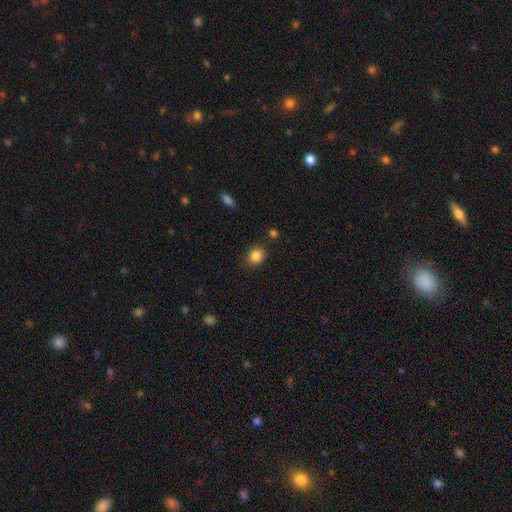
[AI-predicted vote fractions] This appears to be a smooth galaxy with no disk features (85%) that is round (76%). Merging: none (84%).